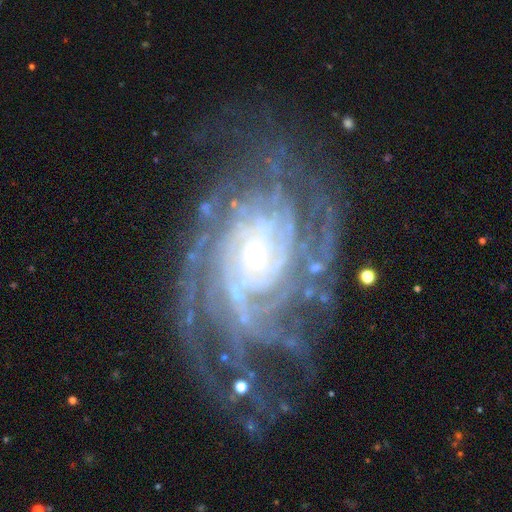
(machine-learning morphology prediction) type=featured or disk (91%); edge-on=no (97%); bar=no (61%); spiral arms=yes (98%); winding=tight (75%); arm count=more than 4 (25%); bulge=small (72%); merging=none (69%).